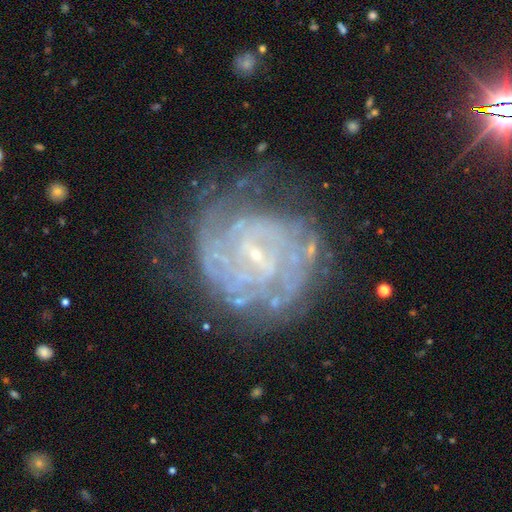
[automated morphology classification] type=featured or disk (86%); edge-on=no (98%); bar=weak (51%); spiral arms=yes (94%); winding=tight (71%); arm count=can't tell (37%); bulge=small (83%); merging=none (64%).